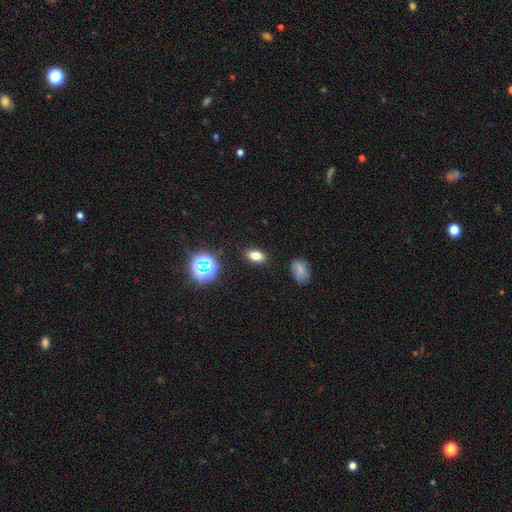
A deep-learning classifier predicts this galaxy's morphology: A smooth galaxy with no disk features (74%) that is in between round and cigar-shaped (86%). Merging: none (88%).